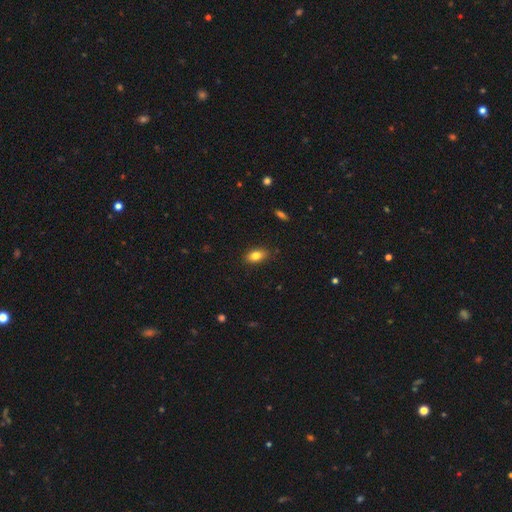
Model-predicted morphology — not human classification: A smooth galaxy with no disk features (81%) that is in between round and cigar-shaped (86%).

Vote fractions:
- Smooth or featured? smooth: 81% / featured or disk: 11% / star or artifact: 9%
- How rounded? in between: 86% / round: 10% / cigar-shaped: 5%
- Merging? none: 85% / minor disturbance: 12% / major disturbance: 2% / merger: 1%